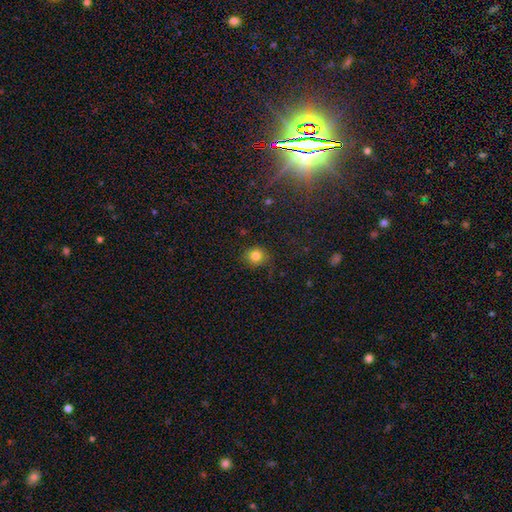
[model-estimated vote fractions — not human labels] smooth 81%, star or artifact 13%, featured or disk 6%. Down the decision tree: how rounded — round (88%); merging — none (81%).